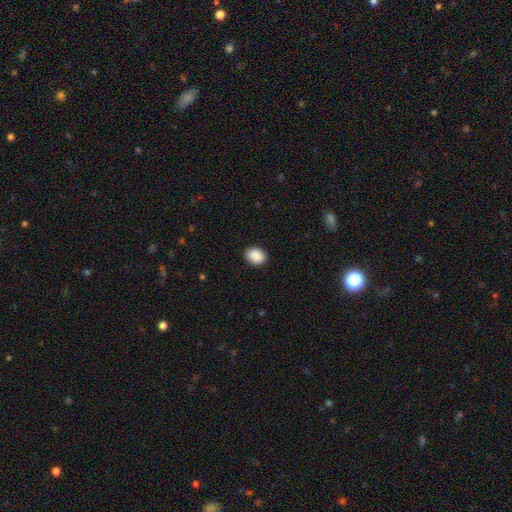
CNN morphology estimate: Smooth or featured: smooth — 90% (star or artifact — 7%)
How rounded: in between — 57% (round — 42%)
Merging: none — 91% (minor disturbance — 7%)